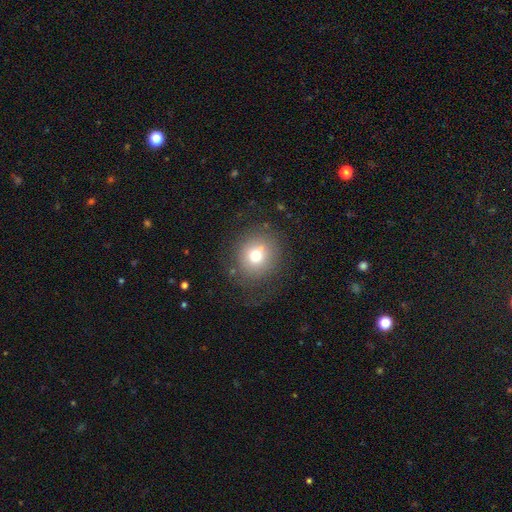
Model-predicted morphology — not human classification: Smooth or featured?
  - smooth: 70% *
  - featured or disk: 17%
  - star or artifact: 13%
How rounded?
  - round: 83% *
  - in between: 16%
  - cigar-shaped: 1%
Merging?
  - none: 70% *
  - minor disturbance: 16%
  - major disturbance: 11%
  - merger: 2%